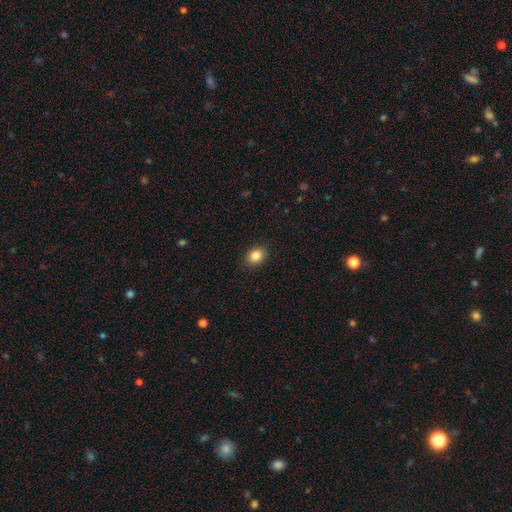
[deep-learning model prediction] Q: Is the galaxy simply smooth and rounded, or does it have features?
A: smooth — 86%.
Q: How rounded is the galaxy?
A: in between — 58%.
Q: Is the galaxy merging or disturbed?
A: none — 88%.